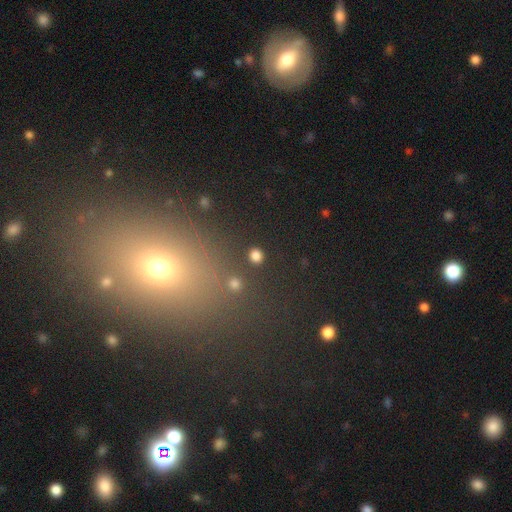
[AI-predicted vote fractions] smooth_or_featured: smooth (p=0.82) [alt: star or artifact p=0.14]
how_rounded: round (p=0.87) [alt: in between p=0.12]
merging: none (p=0.90) [alt: minor disturbance p=0.05]